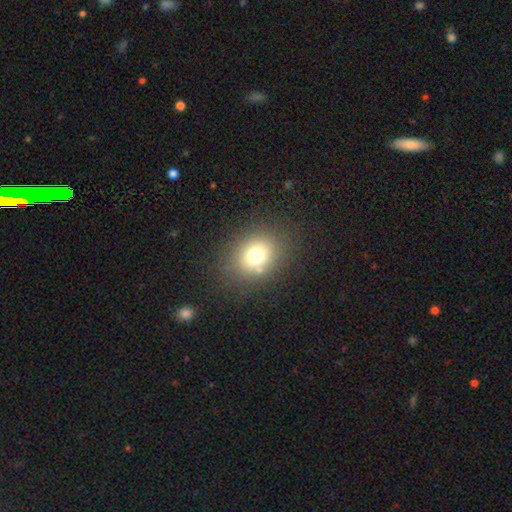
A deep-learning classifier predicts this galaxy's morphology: The model was most divided on "how rounded": round: 59%, in between: 40%, cigar-shaped: 1%. More confident: merging — none (82%); smooth or featured — smooth (73%).